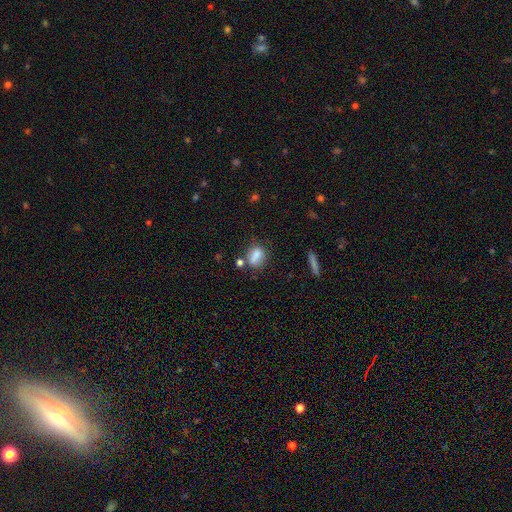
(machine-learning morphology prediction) Q: Smooth or featured?
A: smooth (78%); runner-up: featured or disk (12%)
Q: How rounded?
A: in between (67%); runner-up: round (28%)
Q: Merging?
A: none (58%); runner-up: minor disturbance (21%)